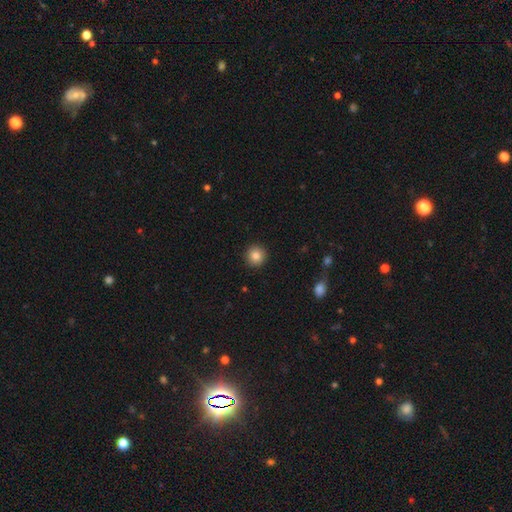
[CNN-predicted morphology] This is clearly a smooth galaxy (85%). How rounded: clearly round (95%). Merging: clearly none (93%).